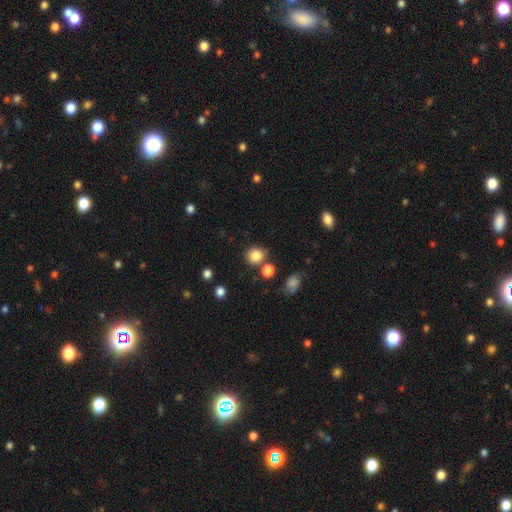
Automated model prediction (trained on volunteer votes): Smooth or featured: smooth — 84% (star or artifact — 11%)
How rounded: round — 83% (in between — 16%)
Merging: none — 75% (minor disturbance — 11%)